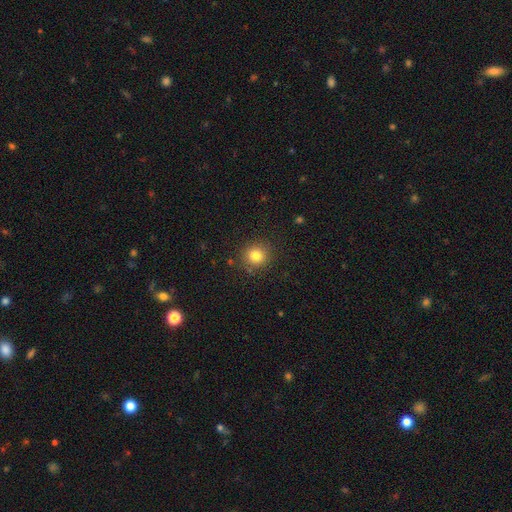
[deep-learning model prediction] This is clearly a smooth galaxy (82%). How rounded: clearly round (91%). Merging: clearly none (87%).